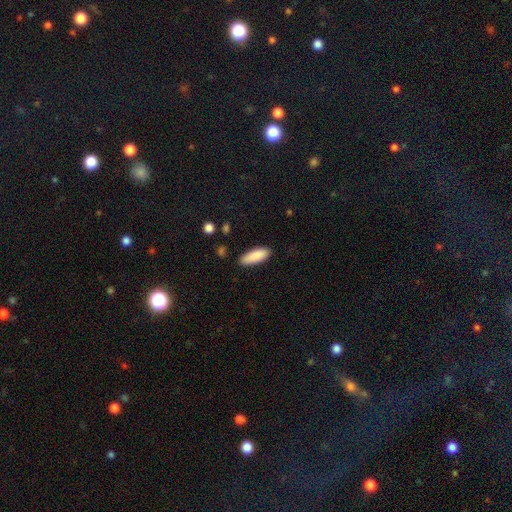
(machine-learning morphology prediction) smooth 89%, star or artifact 6%, featured or disk 5%. Down the decision tree: how rounded — in between (64%); merging — none (85%).